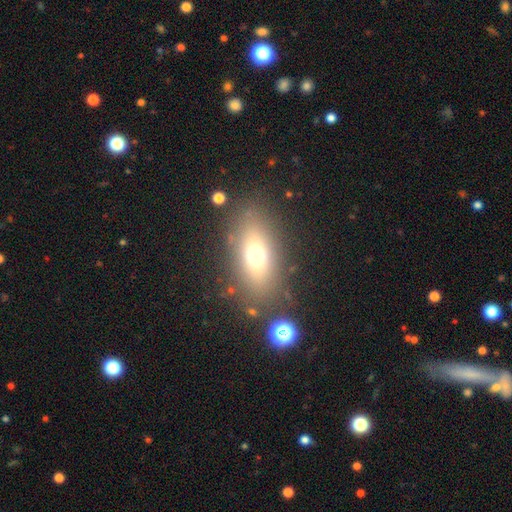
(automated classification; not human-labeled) Morphology: type=smooth (66%); roundness=in between (77%); merging=none (81%).